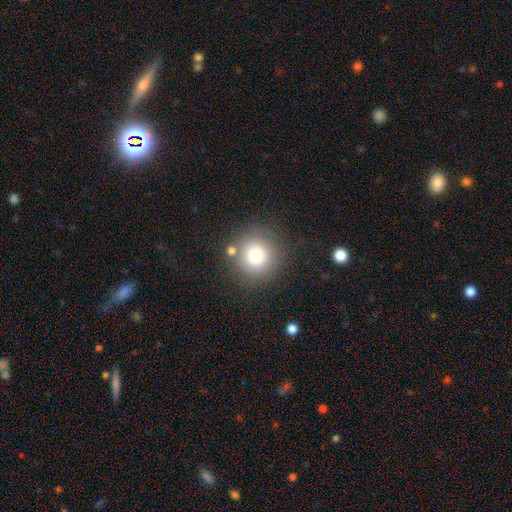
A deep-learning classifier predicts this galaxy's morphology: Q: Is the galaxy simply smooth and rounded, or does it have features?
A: smooth — 77%.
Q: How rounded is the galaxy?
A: round — 95%.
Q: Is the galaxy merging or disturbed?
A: none — 78%.